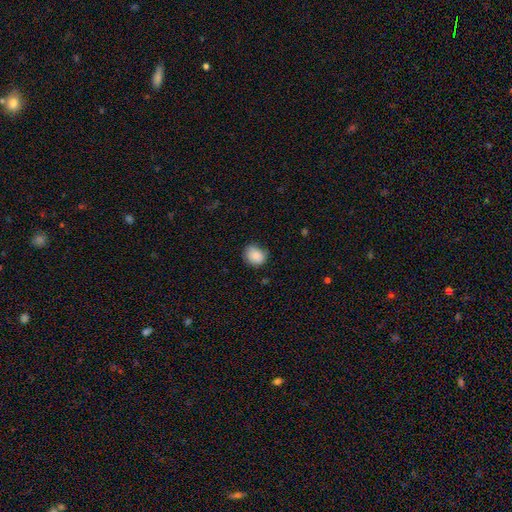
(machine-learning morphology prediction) type=smooth (84%); roundness=round (59%); merging=none (69%).